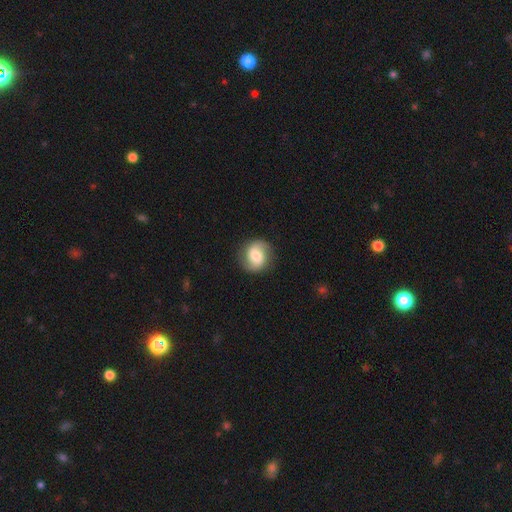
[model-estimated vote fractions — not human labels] Smooth or featured?
  - featured or disk: 52% *
  - smooth: 40%
  - star or artifact: 8%
Edge-on disk?
  - no: 97% *
  - yes: 3%
Bar?
  - no: 42% * (tied)
  - weak: 42% * (tied)
  - strong: 16%
Spiral arms?
  - yes: 85% *
  - no: 15%
Bulge size?
  - moderate: 61% *
  - small: 19%
  - large: 15%
  - dominant: 2%
  - none: 2%
Merging?
  - none: 85% *
  - minor disturbance: 10%
  - major disturbance: 4%
  - merger: 1%